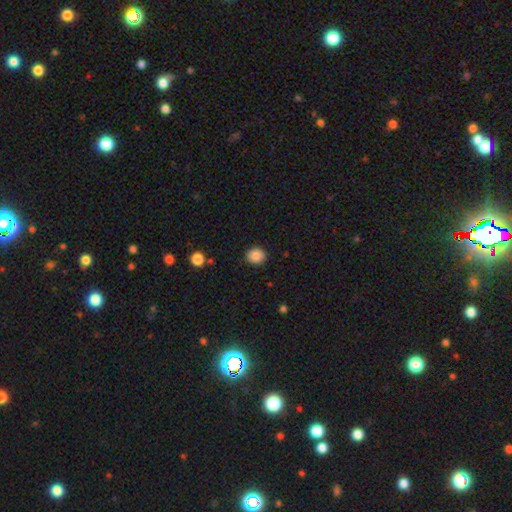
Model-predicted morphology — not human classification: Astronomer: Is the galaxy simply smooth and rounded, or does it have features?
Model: smooth — 84%.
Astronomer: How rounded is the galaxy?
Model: round — 84%.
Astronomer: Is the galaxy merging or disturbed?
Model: none — 89%.